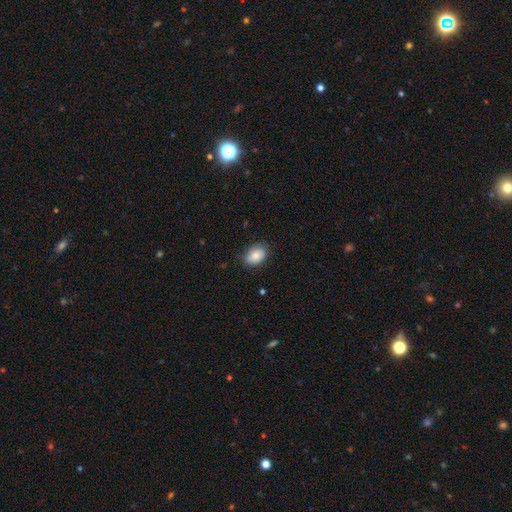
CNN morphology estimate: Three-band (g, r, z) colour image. It shows a smooth galaxy with no disk features (76%) that is in between round and cigar-shaped (78%). Merging: none (71%).